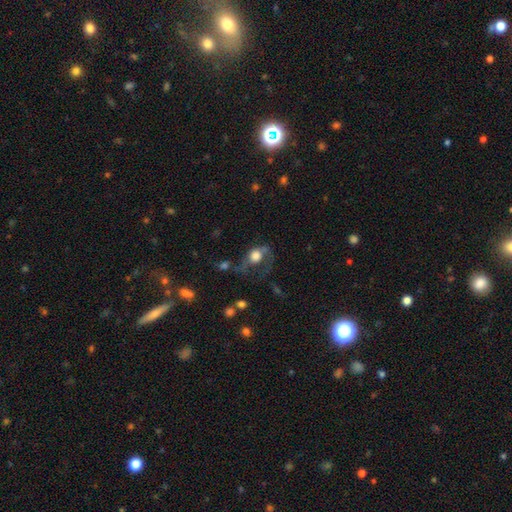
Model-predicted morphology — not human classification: A smooth galaxy with no disk features (59%) that is round (61%).

Vote fractions:
- Smooth or featured? smooth: 59% / featured or disk: 30% / star or artifact: 11%
- How rounded? round: 61% / in between: 37% / cigar-shaped: 2%
- Merging? major disturbance: 46% / none: 28% / minor disturbance: 18% / merger: 7%